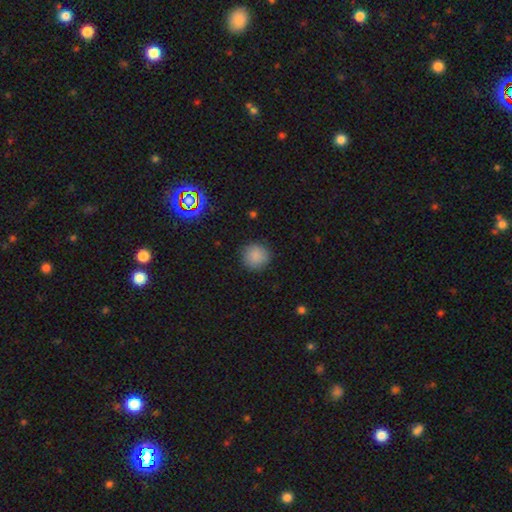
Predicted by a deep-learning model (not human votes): A smooth galaxy with no disk features (86%) that is round (93%).

Vote fractions:
- Smooth or featured? smooth: 86% / star or artifact: 10% / featured or disk: 4%
- How rounded? round: 93% / in between: 6% / cigar-shaped: 1%
- Merging? none: 89% / minor disturbance: 8% / major disturbance: 2% / merger: 1%